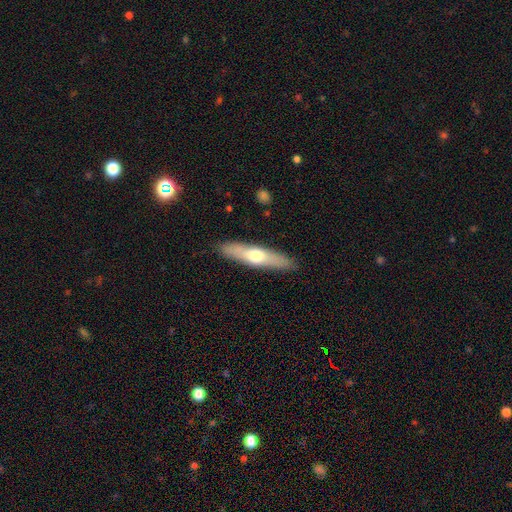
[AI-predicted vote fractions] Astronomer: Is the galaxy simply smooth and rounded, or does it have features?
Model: smooth — 51% (runner-up: featured or disk, 43%).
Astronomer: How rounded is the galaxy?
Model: cigar-shaped — 82%.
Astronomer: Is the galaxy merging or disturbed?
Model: none — 89%.